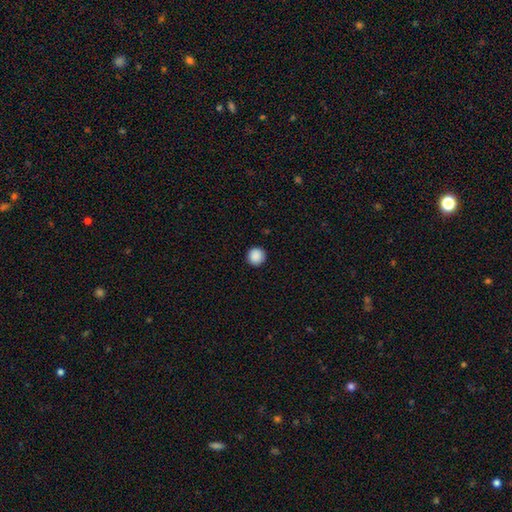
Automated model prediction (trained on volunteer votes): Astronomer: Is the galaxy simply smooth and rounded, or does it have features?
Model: smooth — 89%.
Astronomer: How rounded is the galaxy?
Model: round — 95%.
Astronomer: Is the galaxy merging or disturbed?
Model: none — 92%.